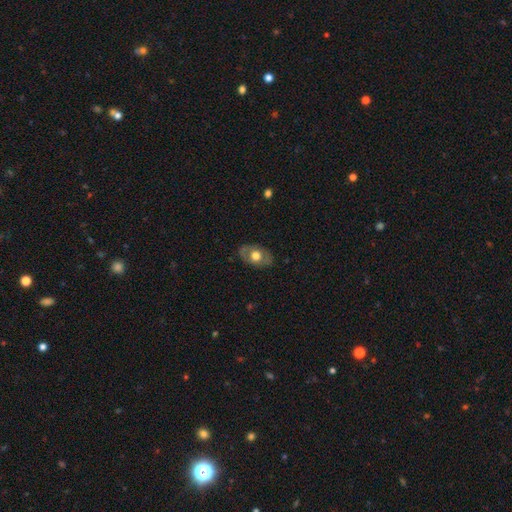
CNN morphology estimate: This is possibly a smooth galaxy (51%). How rounded: clearly in between (81%). Merging: clearly none (81%).